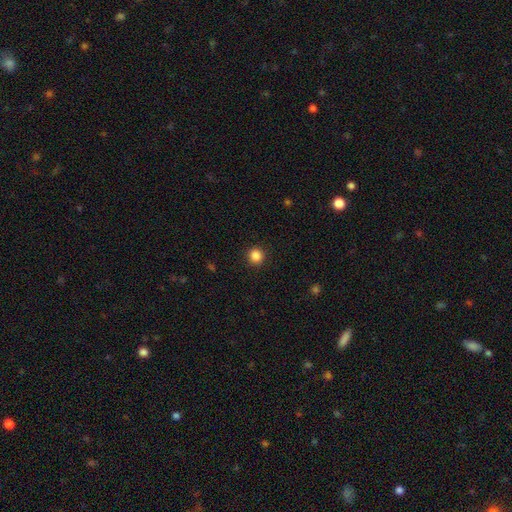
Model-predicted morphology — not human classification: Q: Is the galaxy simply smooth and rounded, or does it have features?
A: smooth — 86%.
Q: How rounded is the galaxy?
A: round — 94%.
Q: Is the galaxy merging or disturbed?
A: none — 92%.